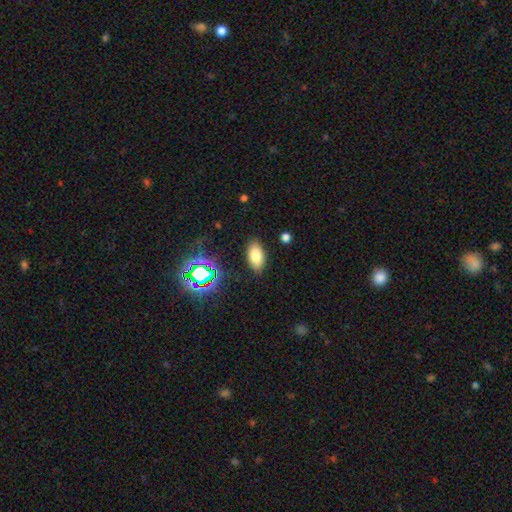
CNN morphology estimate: type=smooth (77%); roundness=in between (92%); merging=none (86%).